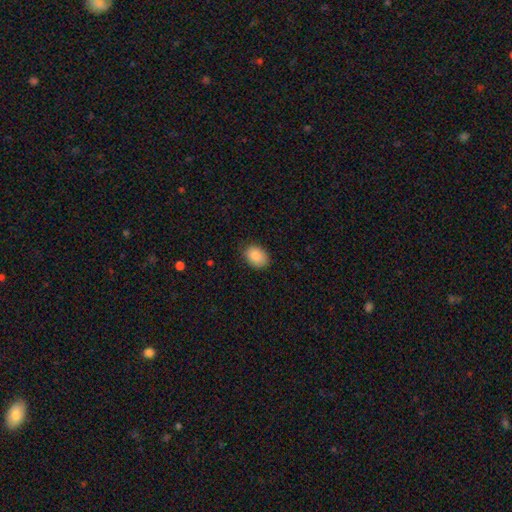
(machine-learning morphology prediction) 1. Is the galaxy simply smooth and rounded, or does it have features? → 87% smooth, 8% star or artifact, 5% featured or disk.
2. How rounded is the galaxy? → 72% in between, 27% round, 1% cigar-shaped.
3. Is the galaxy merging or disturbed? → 82% none, 14% minor disturbance, 3% major disturbance, 1% merger.